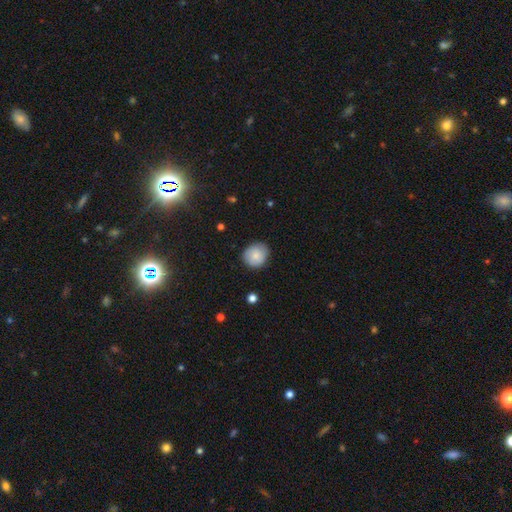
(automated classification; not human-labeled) smooth-or-featured: smooth: 81% | featured or disk: 12% | star or artifact: 7%
  how-rounded: round: 77% | in between: 22% | cigar-shaped: 1%
  merging: none: 81% | minor disturbance: 15% | major disturbance: 3% | merger: 1%